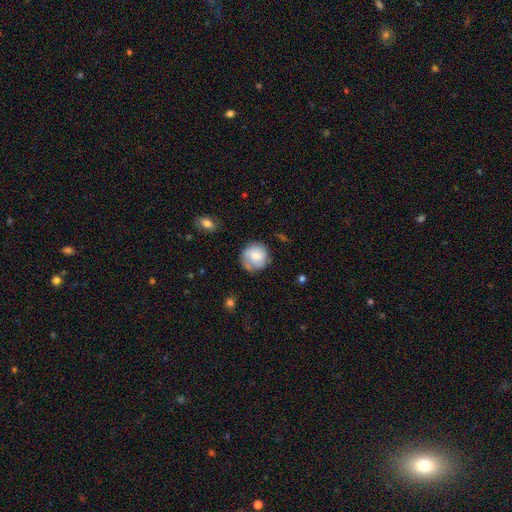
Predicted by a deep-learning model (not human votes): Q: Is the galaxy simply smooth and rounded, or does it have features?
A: smooth — 63%.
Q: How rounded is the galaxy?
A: round — 87%.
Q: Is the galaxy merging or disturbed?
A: none — 65%.